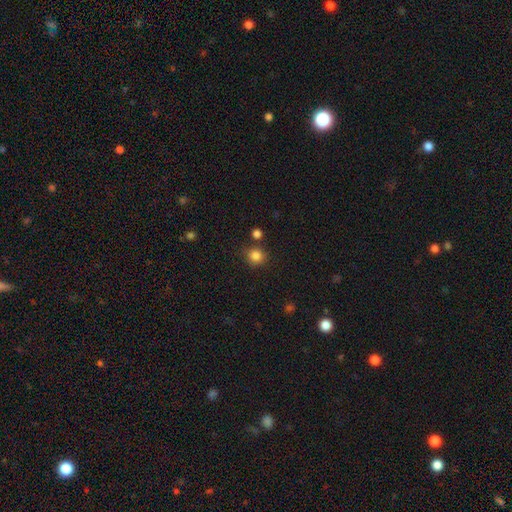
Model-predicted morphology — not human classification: A smooth galaxy with no disk features (84%) that is round (87%). Merging: none (80%).